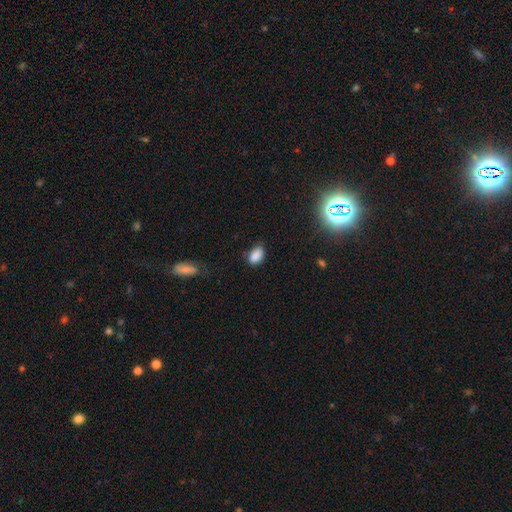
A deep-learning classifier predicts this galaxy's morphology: Overall: smooth (87%). How rounded: in between (88%). Merging: none (66%; minor disturbance 27%).